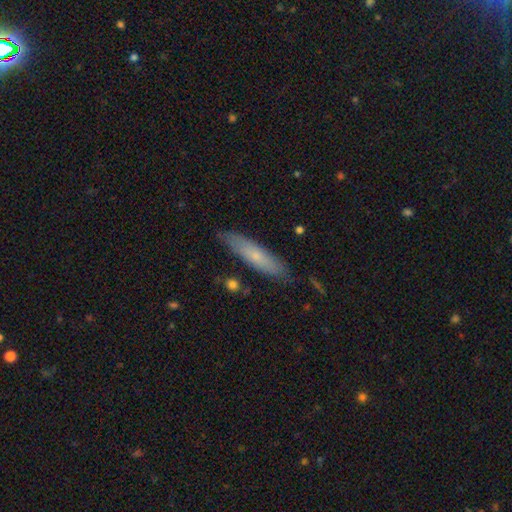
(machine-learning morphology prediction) This is likely a smooth galaxy (62%). How rounded: likely cigar-shaped (79%). Merging: clearly none (81%).